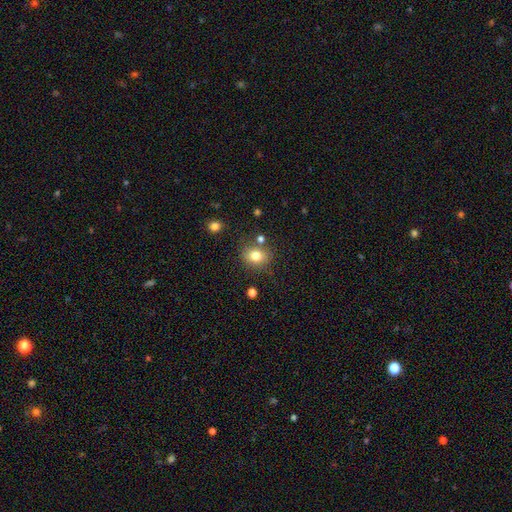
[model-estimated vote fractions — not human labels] The model was most divided on "how rounded": round: 62%, in between: 37%, cigar-shaped: 1%. More confident: smooth or featured — smooth (78%); merging — none (74%).